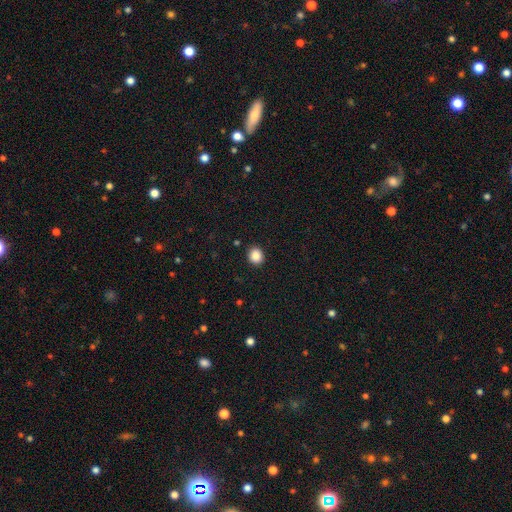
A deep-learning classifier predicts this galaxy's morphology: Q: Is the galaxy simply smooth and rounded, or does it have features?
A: smooth — 87%.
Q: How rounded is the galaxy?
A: round — 74%.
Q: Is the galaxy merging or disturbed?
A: none — 91%.